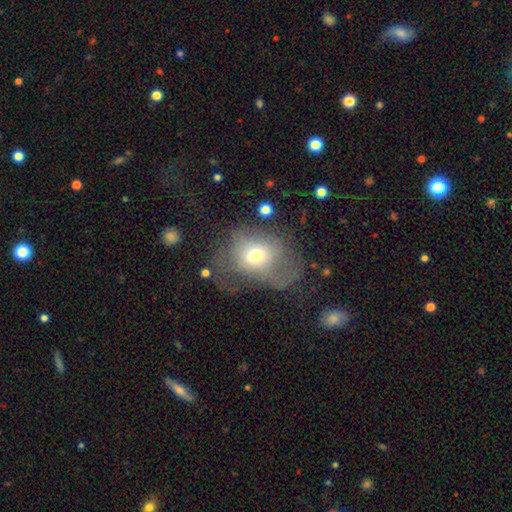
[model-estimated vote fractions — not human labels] A smooth galaxy with no disk features (58%) that is round (52%). Merging: major disturbance (45%).